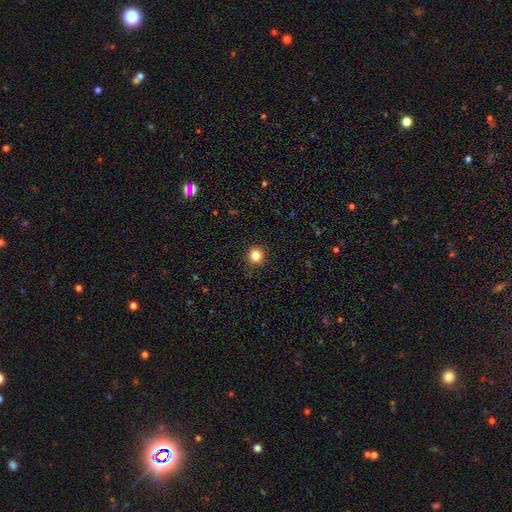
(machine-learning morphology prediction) A smooth galaxy with no disk features (83%) that is round (93%). Merging: none (91%).